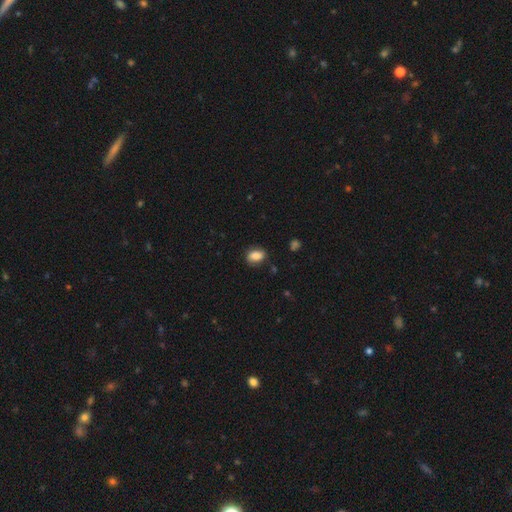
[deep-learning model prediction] Overall: smooth (84%). How rounded: in between (80%). Merging: none (79%).